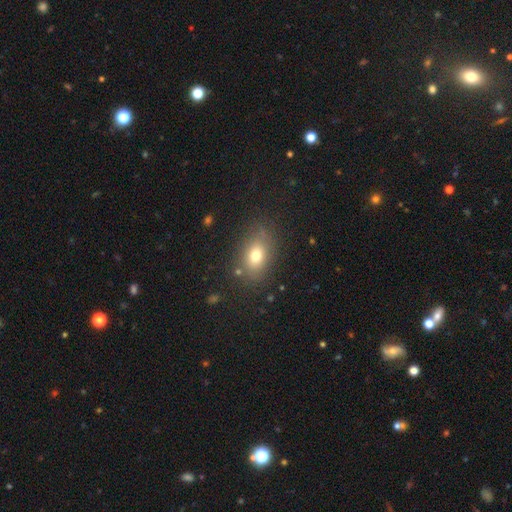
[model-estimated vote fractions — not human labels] This appears to be a smooth galaxy with no disk features (74%) that is in between round and cigar-shaped (76%). Merging: none (78%).